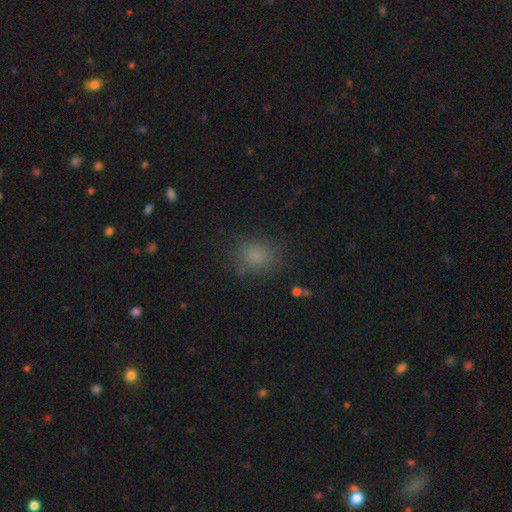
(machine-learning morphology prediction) smooth-or-featured: smooth: 79% | star or artifact: 15% | featured or disk: 6%
  how-rounded: round: 58% | in between: 41% | cigar-shaped: 1%
  merging: none: 81% | minor disturbance: 12% | major disturbance: 5% | merger: 2%